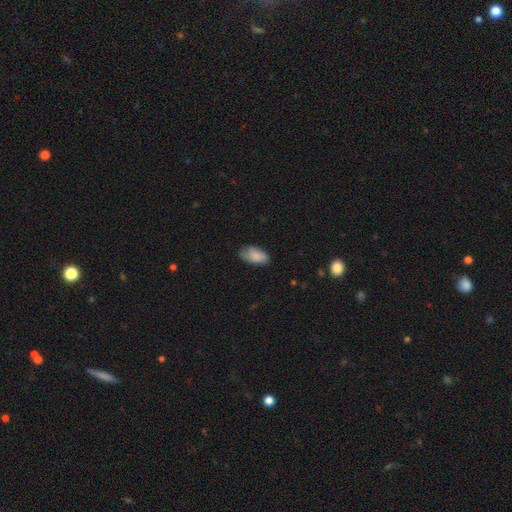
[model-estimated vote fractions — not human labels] smooth 82%, featured or disk 11%, star or artifact 7%. Down the decision tree: how rounded — in between (94%); merging — none (73%).